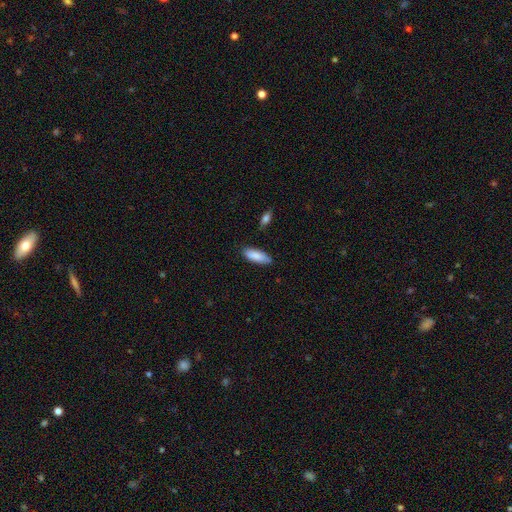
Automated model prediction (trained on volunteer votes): Overall: smooth (87%). How rounded: in between (72%). Merging: none (80%).